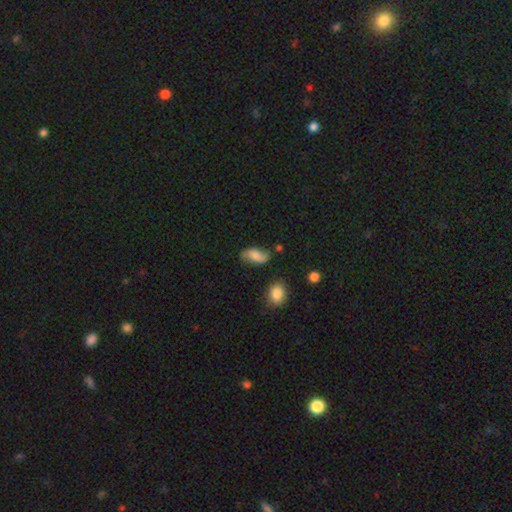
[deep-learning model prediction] Overall: featured or disk (49%; smooth 41%). Merging: none (70%).